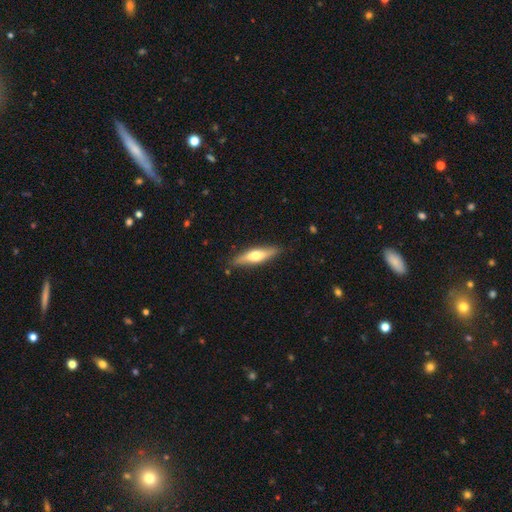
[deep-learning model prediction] A smooth galaxy with no disk features (51%) that is cigar-shaped (71%). Merging: none (85%).